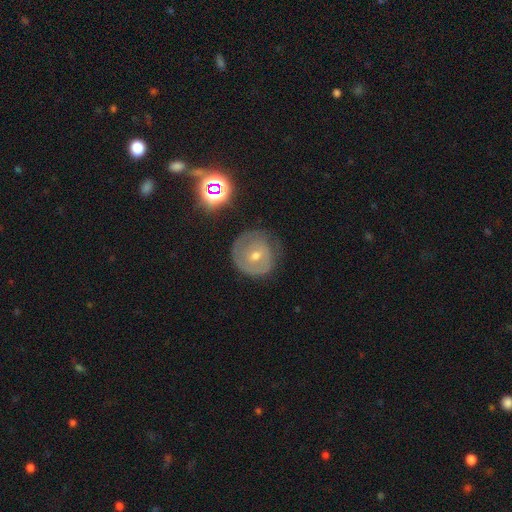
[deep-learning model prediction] Smooth or featured? Predicted: featured or disk (p=0.61). Edge-on disk? Predicted: no (p=0.96). Bar? Predicted: no (p=0.63). Spiral arms? Predicted: yes (p=0.63). Bulge size? Predicted: moderate (p=0.50). Merging? Predicted: none (p=0.73).